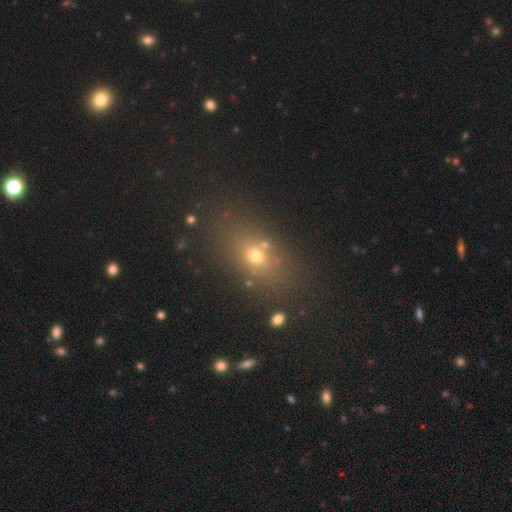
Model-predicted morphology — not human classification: This appears to be a smooth galaxy with no disk features (60%) that is in between round and cigar-shaped (62%). Merging: none (78%).